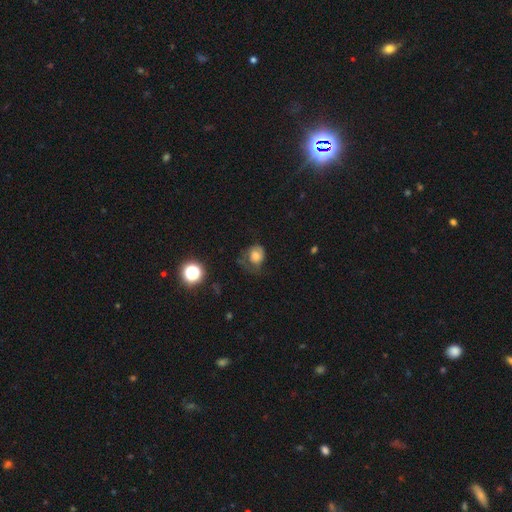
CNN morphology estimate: Overall: smooth (66%). How rounded: round (62%; in between 37%). Merging: none (35%; major disturbance 33%).